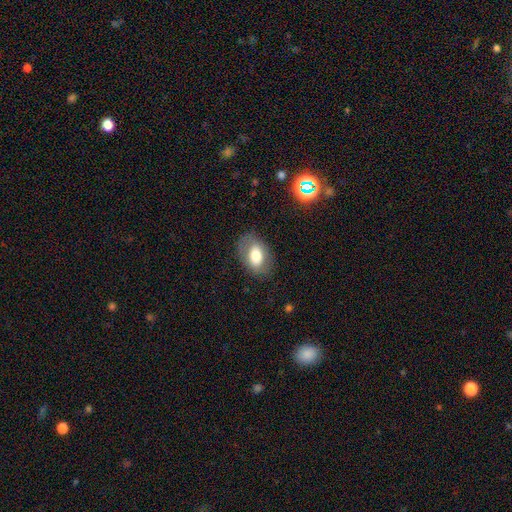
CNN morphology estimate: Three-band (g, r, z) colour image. It shows a smooth galaxy with no disk features (67%) that is in between round and cigar-shaped (86%). Merging: none (78%).